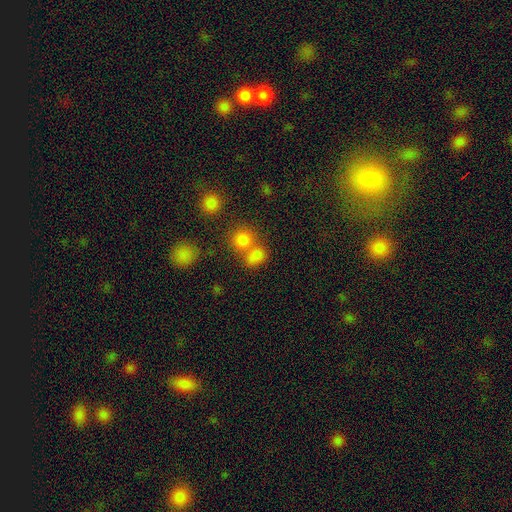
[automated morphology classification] Smooth or featured? smooth (77%)
How rounded? in between (52%)
Merging? merger (43%, tied with none)